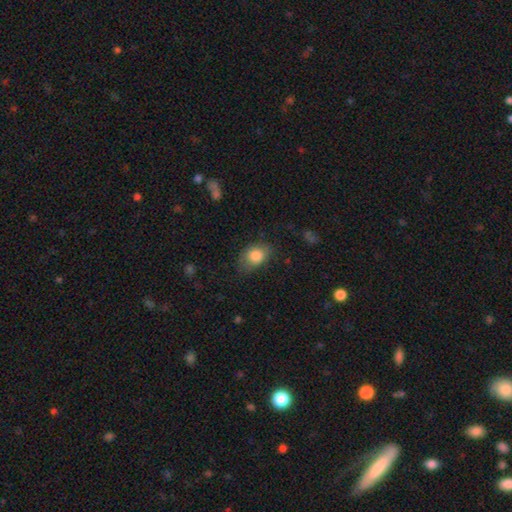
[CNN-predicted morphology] type=smooth (83%); roundness=in between (70%); merging=none (64%).